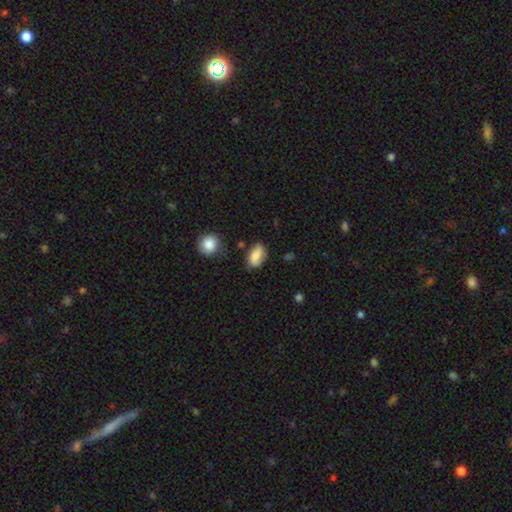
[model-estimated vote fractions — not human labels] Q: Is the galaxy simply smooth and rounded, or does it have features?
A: smooth — 78%.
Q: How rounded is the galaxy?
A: in between — 89%.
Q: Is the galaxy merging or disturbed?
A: none — 65%.